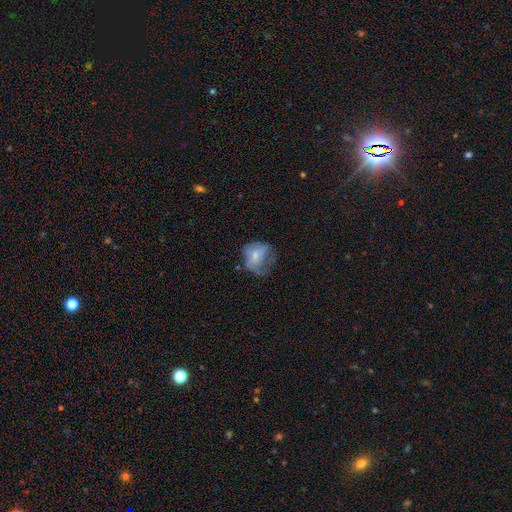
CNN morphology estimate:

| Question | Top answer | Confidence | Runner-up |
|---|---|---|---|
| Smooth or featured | smooth | 51% | featured or disk (40%) |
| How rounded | round | 58% | in between (41%) |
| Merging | none | 34% | tied: major disturbance (34%) |